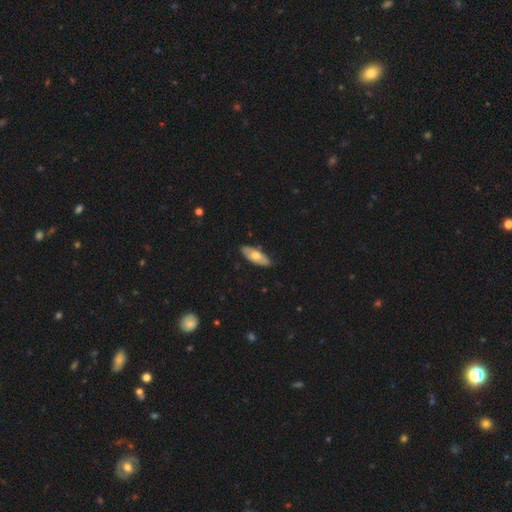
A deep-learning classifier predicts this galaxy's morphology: This appears to be a smooth galaxy with no disk features (62%) that is in between round and cigar-shaped (78%). Merging: none (84%).